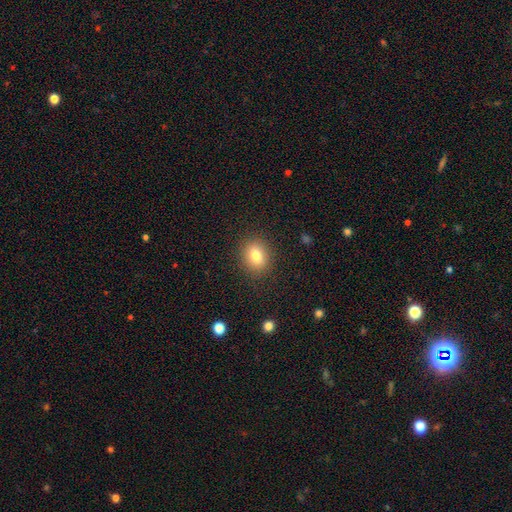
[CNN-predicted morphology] This is clearly a smooth galaxy (80%). How rounded: possibly round (50%). Merging: clearly none (88%).